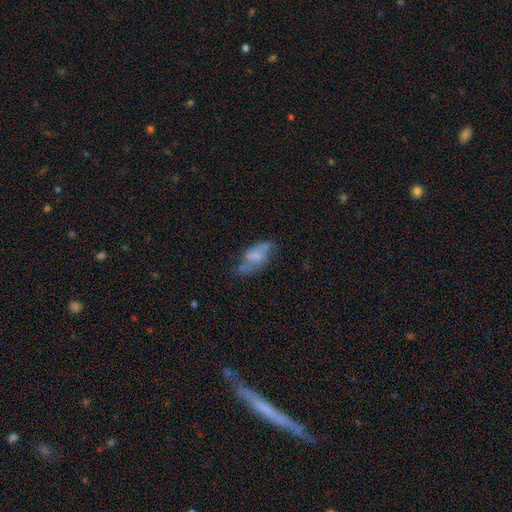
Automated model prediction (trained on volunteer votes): This is possibly a smooth galaxy (51%). How rounded: clearly in between (88%). Merging: marginally none (41%).